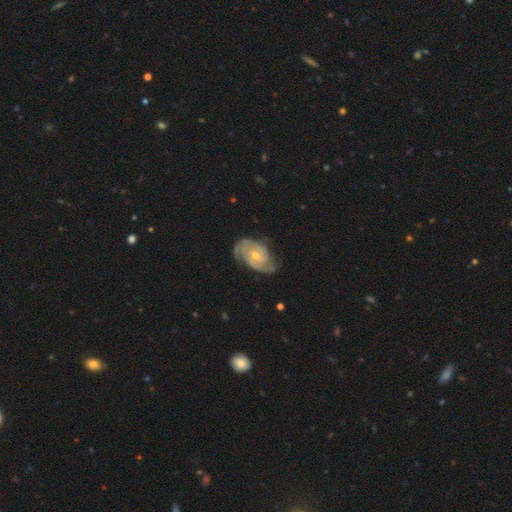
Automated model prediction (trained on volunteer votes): A featured or disk galaxy (88%) with no bar (53%), 2 (52%) tight (59%) spiral arms (97%) and a small central bulge (55%).

Vote fractions:
- Smooth or featured? featured or disk: 88% / smooth: 8% / star or artifact: 4%
- Edge-on disk? no: 97% / yes: 3%
- Bar? no: 53% / weak: 39% / strong: 8%
- Spiral arms? yes: 97% / no: 3%
- Spiral winding? tight: 59% / medium: 34% / loose: 7%
- Spiral arm count? 2: 52% / 3: 20% / can't tell: 15% / 4: 5% / 1: 4% / more than 4: 3%
- Bulge size? small: 55% / moderate: 42% / none: 1% / large: 1% / dominant: 1%
- Merging? none: 68% / minor disturbance: 23% / major disturbance: 7% / merger: 2%